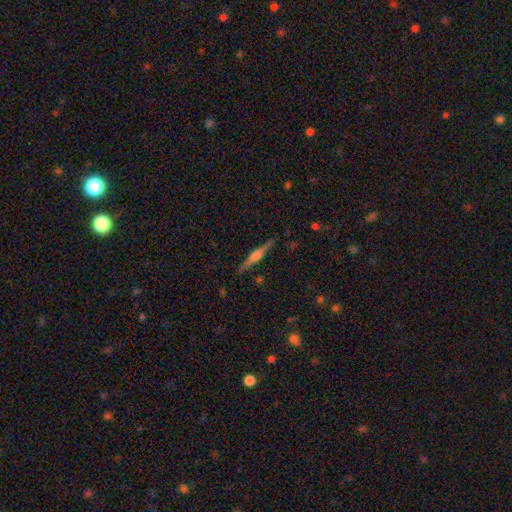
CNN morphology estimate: Smooth or featured? Predicted: featured or disk (p=0.72). Edge-on disk? Predicted: yes (p=0.98). Edge-on bulge? Predicted: rounded (p=0.75). Merging? Predicted: none (p=0.89).